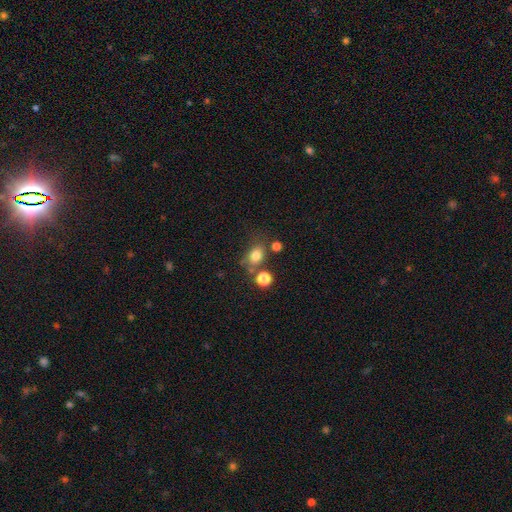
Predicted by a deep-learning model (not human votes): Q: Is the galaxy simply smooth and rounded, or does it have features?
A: smooth — 79%.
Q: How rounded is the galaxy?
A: in between — 55%.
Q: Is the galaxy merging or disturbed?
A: none — 61%.